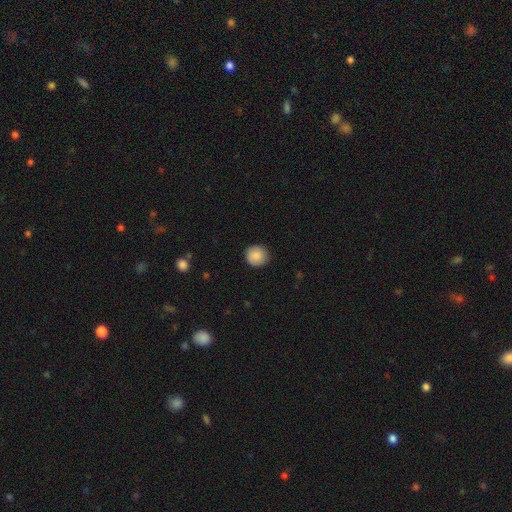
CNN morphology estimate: smooth-or-featured: smooth: 86% | star or artifact: 7% | featured or disk: 7%
  how-rounded: round: 92% | in between: 7% | cigar-shaped: 1%
  merging: none: 88% | minor disturbance: 9% | major disturbance: 2% | merger: 1%